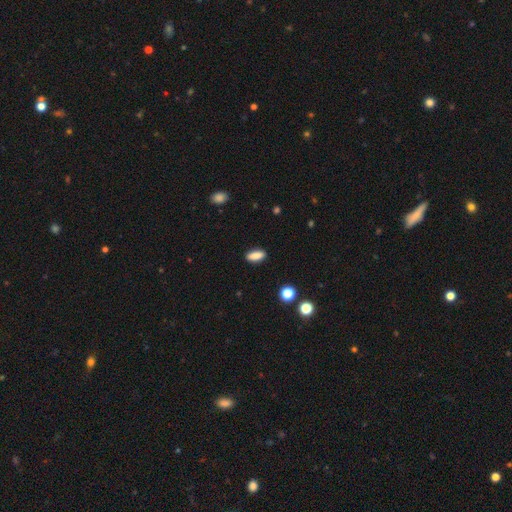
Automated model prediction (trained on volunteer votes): Smooth or featured? Predicted: smooth (p=0.87). How rounded? Predicted: in between (p=0.75). Merging? Predicted: none (p=0.89).